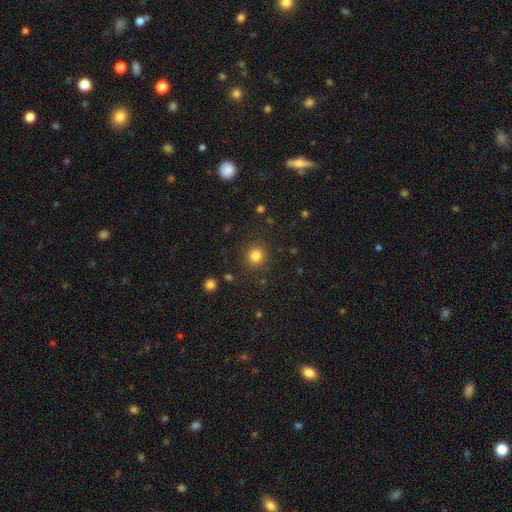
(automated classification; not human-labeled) Smooth or featured? smooth (83%)
How rounded? round (91%)
Merging? none (88%)